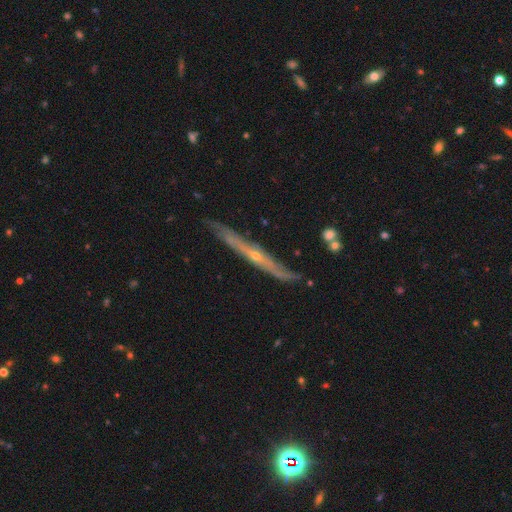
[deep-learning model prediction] A featured or disk galaxy (76%) viewed edge-on (89%) with a rounded central bulge (68%). Merging: none (74%).